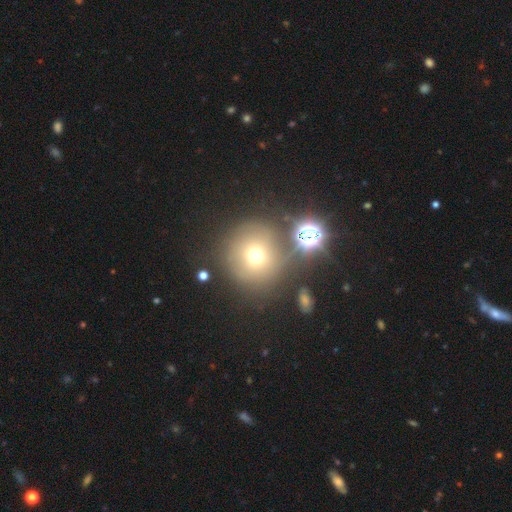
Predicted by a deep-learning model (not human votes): Morphology: type=smooth (65%); roundness=round (94%); merging=none (74%).